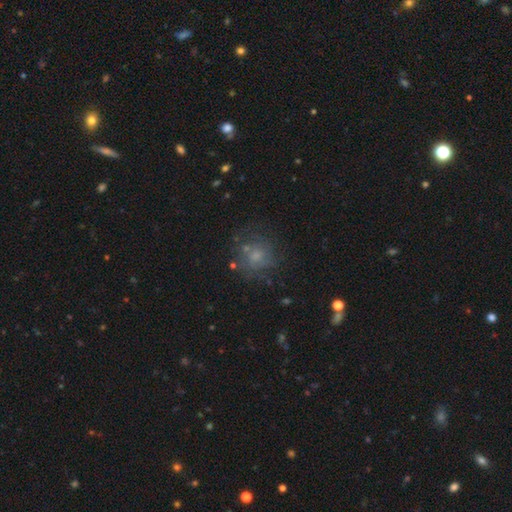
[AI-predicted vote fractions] Smooth or featured: smooth — 49% (featured or disk — 33%)
Merging: none — 66% (minor disturbance — 18%)